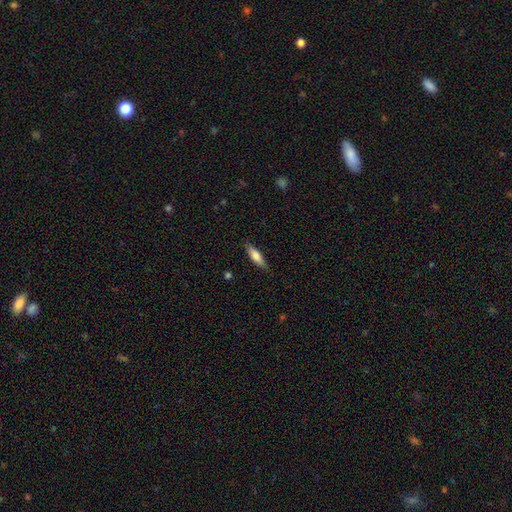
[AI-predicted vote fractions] This is likely a smooth galaxy (72%). How rounded: likely cigar-shaped (64%). Merging: clearly none (85%).